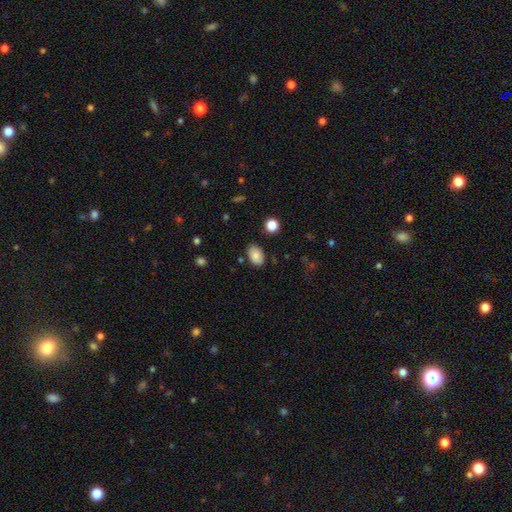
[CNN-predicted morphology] smooth-or-featured: smooth: 83% | featured or disk: 9% | star or artifact: 8%
  how-rounded: in between: 86% | round: 13% | cigar-shaped: 1%
  merging: none: 81% | minor disturbance: 13% | major disturbance: 3% | merger: 2%